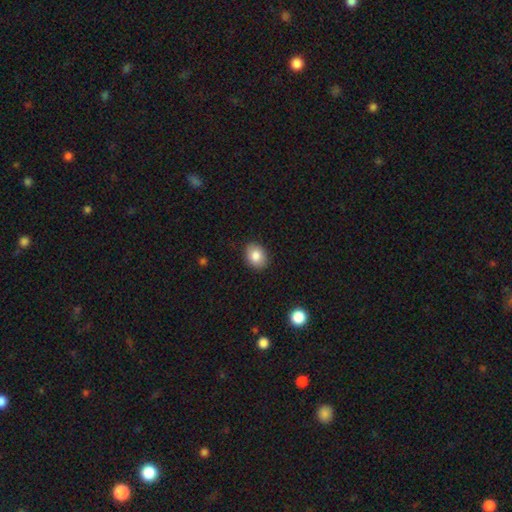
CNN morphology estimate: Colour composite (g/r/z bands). It shows a smooth galaxy with no disk features (84%) that is in between round and cigar-shaped (61%). Merging: none (88%).